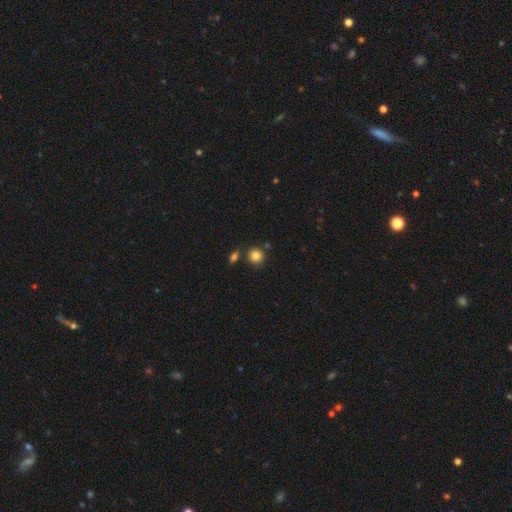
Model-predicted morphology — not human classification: smooth_or_featured: smooth (p=0.83) [alt: star or artifact p=0.11]
how_rounded: round (p=0.90) [alt: in between p=0.09]
merging: none (p=0.78) [alt: merger p=0.11]